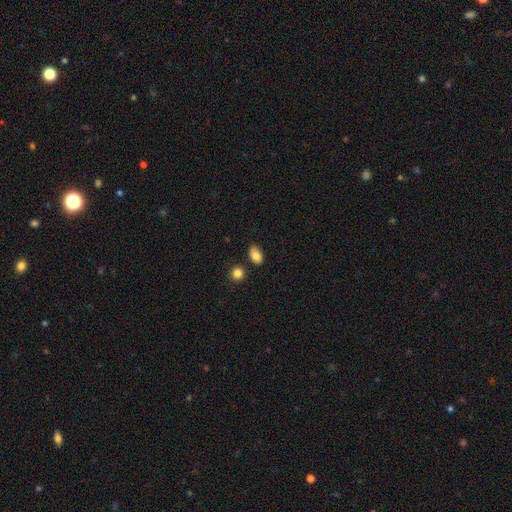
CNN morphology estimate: Smooth or featured: smooth — 84% (star or artifact — 8%)
How rounded: in between — 87% (round — 11%)
Merging: none — 80% (minor disturbance — 13%)